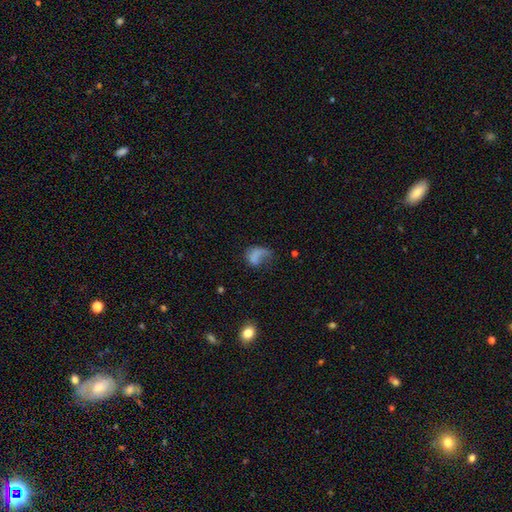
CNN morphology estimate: A smooth galaxy with no disk features (57%) that is in between round and cigar-shaped (71%). Merging: major disturbance (49%).